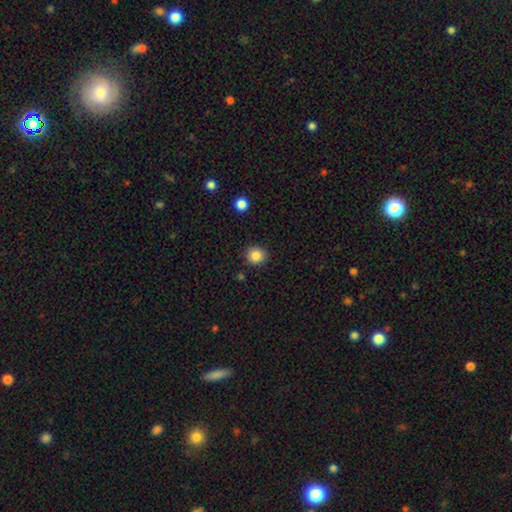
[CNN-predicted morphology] This appears to be a smooth galaxy with no disk features (86%) that is round (89%). Merging: none (88%).